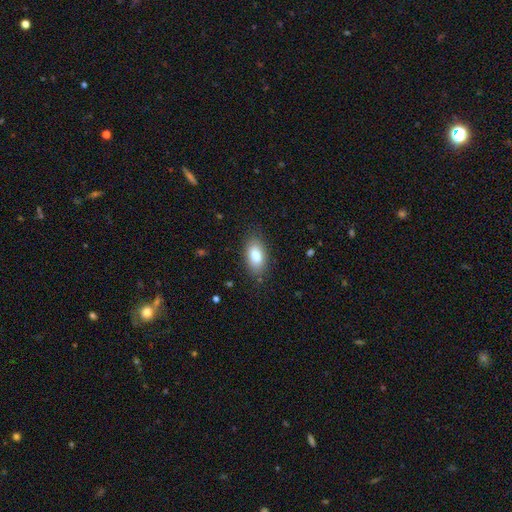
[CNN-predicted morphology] Overall: smooth (81%). How rounded: in between (92%). Merging: none (83%).